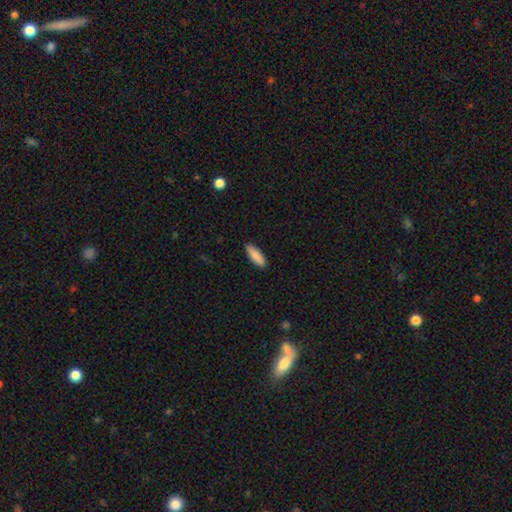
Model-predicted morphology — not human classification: A smooth galaxy with no disk features (88%) that is in between round and cigar-shaped (62%). Merging: none (89%).